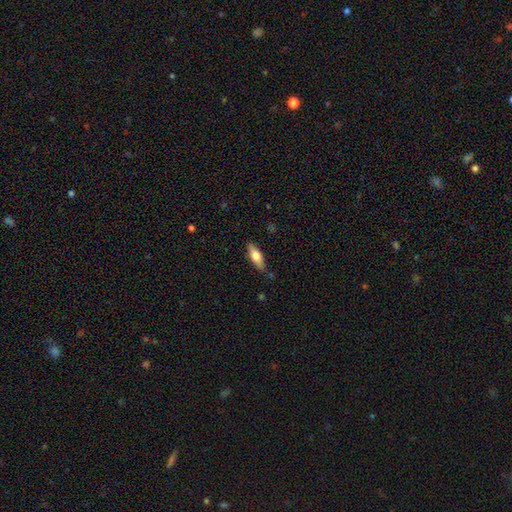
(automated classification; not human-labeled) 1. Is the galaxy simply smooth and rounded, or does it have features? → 65% smooth, 29% featured or disk, 6% star or artifact.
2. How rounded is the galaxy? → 58% in between, 40% cigar-shaped, 2% round.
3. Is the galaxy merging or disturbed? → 81% none, 14% minor disturbance, 3% major disturbance, 2% merger.